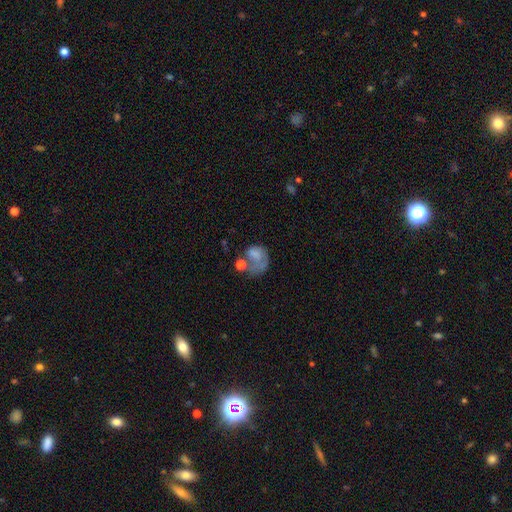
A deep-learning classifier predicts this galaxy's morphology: Smooth or featured: smooth — 54% (featured or disk — 35%)
How rounded: round — 54% (in between — 45%)
Merging: major disturbance — 41% (none — 25%)